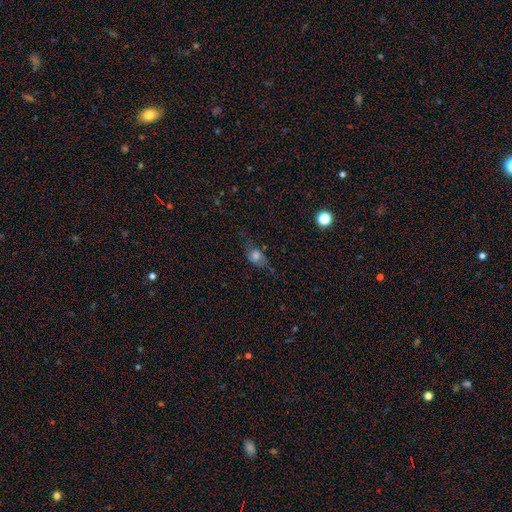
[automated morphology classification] Overall: smooth (65%). How rounded: in between (65%; round 30%). Merging: none (52%; minor disturbance 30%).